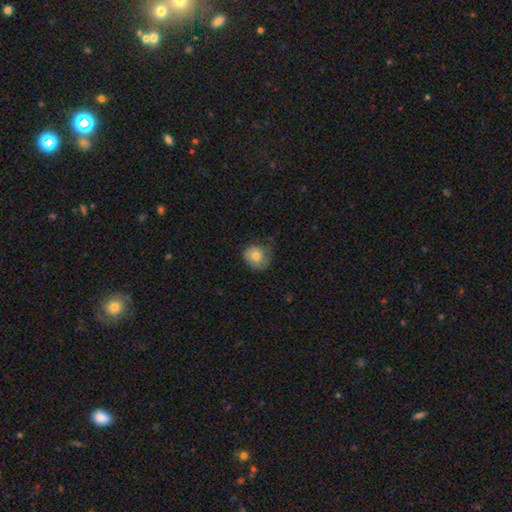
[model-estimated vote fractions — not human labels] Smooth or featured: smooth — 75% (featured or disk — 16%)
How rounded: round — 78% (in between — 21%)
Merging: none — 60% (minor disturbance — 30%)